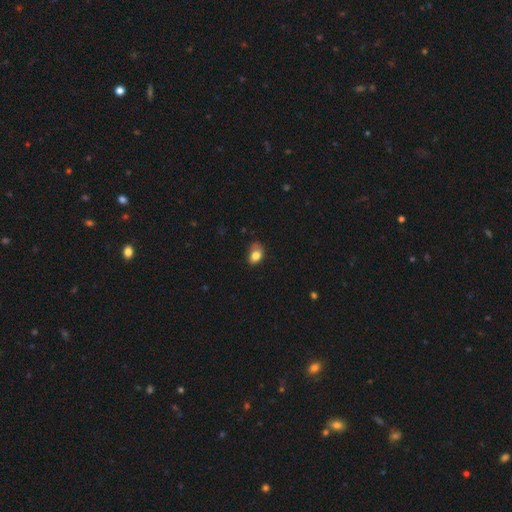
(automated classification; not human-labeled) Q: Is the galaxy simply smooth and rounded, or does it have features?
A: smooth — 80%.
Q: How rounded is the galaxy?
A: in between — 79%.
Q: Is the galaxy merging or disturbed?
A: none — 47%.